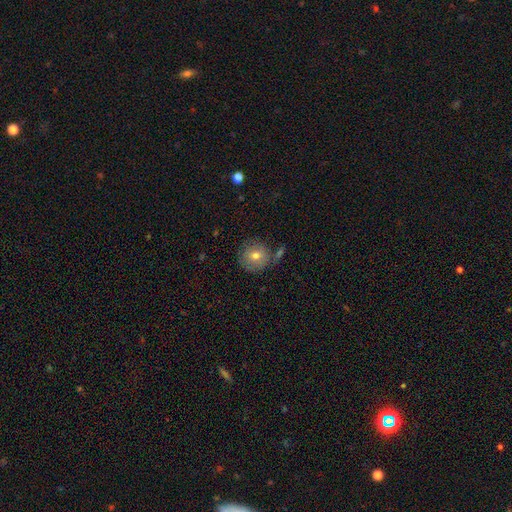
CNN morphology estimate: smooth_or_featured: smooth (p=0.70) [alt: featured or disk p=0.21]
how_rounded: round (p=0.91) [alt: in between p=0.08]
merging: none (p=0.71) [alt: minor disturbance p=0.15]